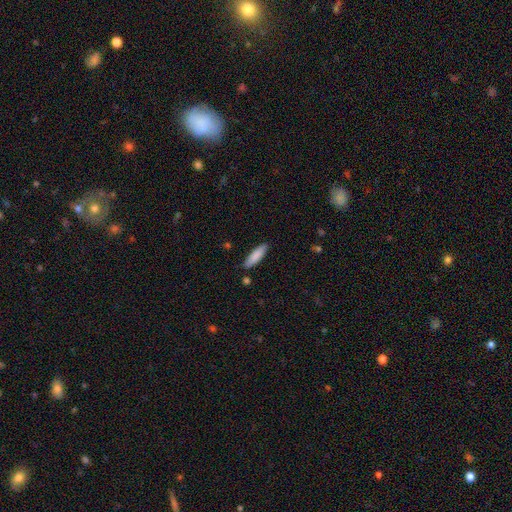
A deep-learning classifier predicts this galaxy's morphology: This appears to be a smooth galaxy with no disk features (85%) that is cigar-shaped (64%). Merging: none (84%).